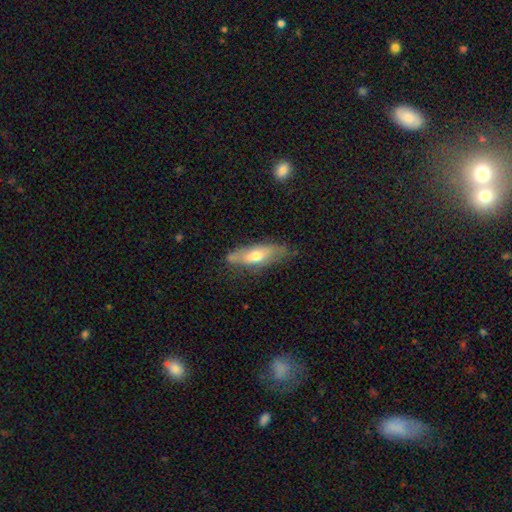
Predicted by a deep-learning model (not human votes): This appears to be a smooth galaxy with no disk features (55%) that is in between round and cigar-shaped (54%). Merging: none (64%).